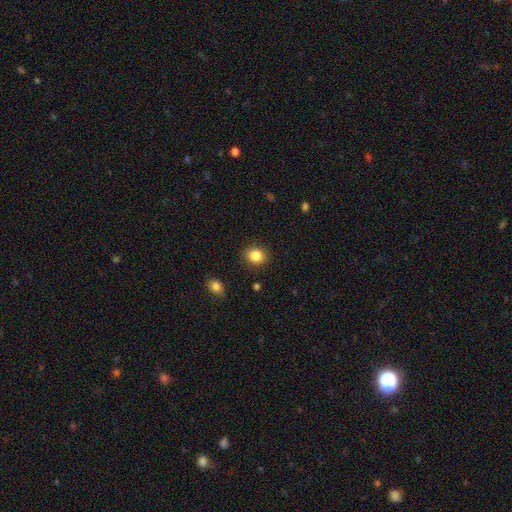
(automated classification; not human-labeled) Smooth or featured: smooth — 85% (star or artifact — 10%)
How rounded: round — 70% (in between — 29%)
Merging: none — 88% (minor disturbance — 8%)